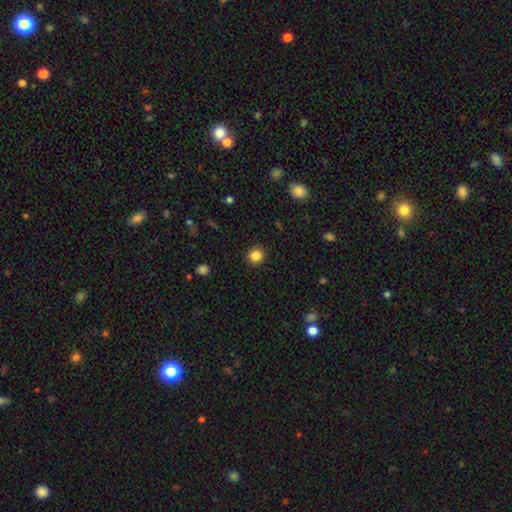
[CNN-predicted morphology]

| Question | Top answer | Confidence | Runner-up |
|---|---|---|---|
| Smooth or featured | smooth | 85% | star or artifact (11%) |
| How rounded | round | 90% | in between (9%) |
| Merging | none | 92% | minor disturbance (6%) |